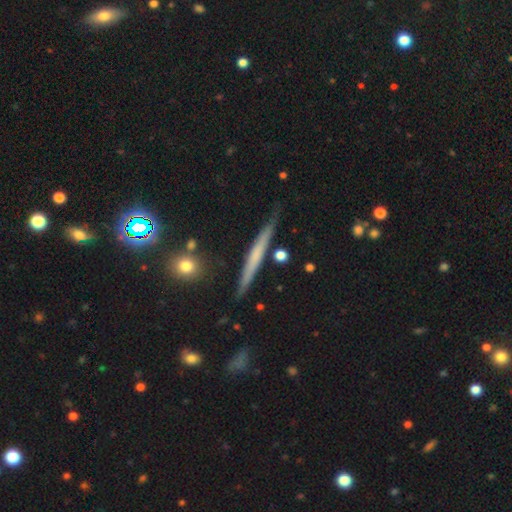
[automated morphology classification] smooth_or_featured: featured or disk (p=0.52) [alt: smooth p=0.40]
disk_edge_on: yes (p=0.96) [alt: no p=0.04]
merging: none (p=0.83) [alt: minor disturbance p=0.12]